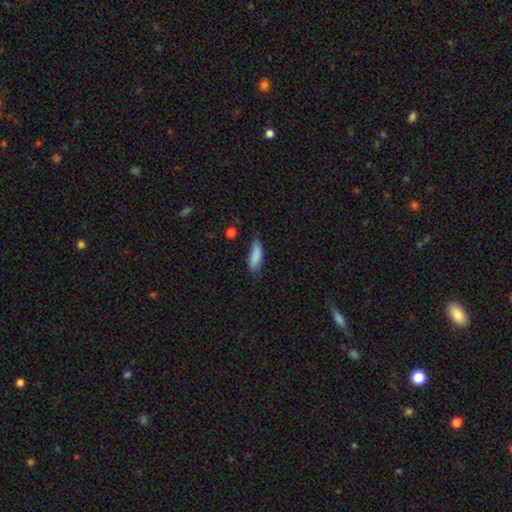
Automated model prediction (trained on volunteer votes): This is clearly a smooth galaxy (85%). How rounded: possibly in between (60%). Merging: likely none (61%).